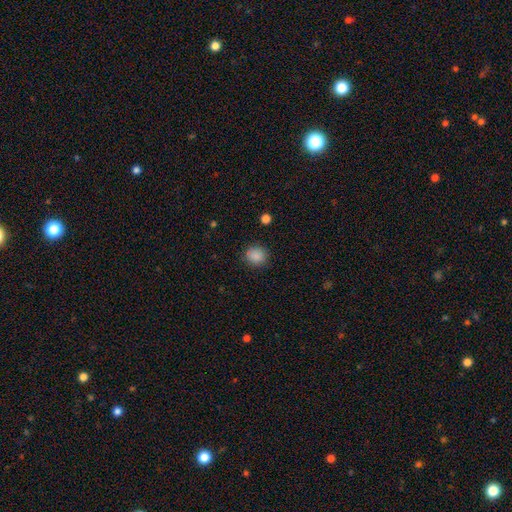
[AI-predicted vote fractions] This appears to be a smooth galaxy with no disk features (87%) that is round (83%). Merging: none (87%).